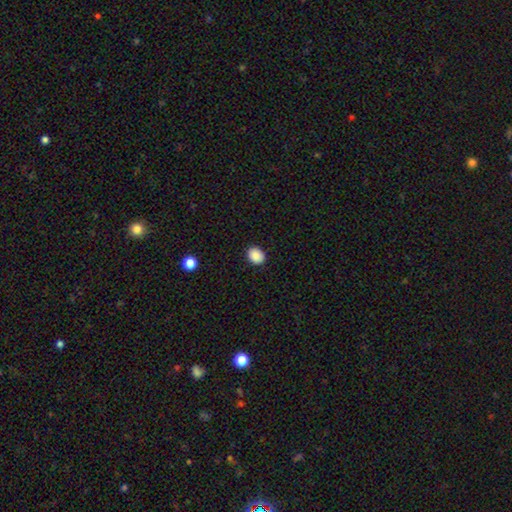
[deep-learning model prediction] Morphology: type=smooth (89%); roundness=in between (60%); merging=none (89%).